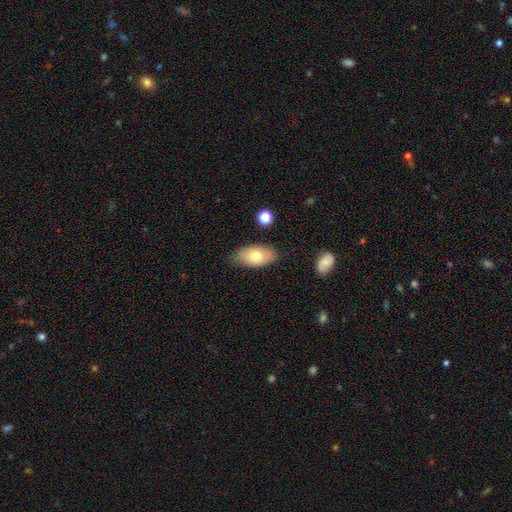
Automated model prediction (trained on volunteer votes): Smooth or featured? Predicted: smooth (p=0.74). How rounded? Predicted: in between (p=0.93). Merging? Predicted: none (p=0.79).